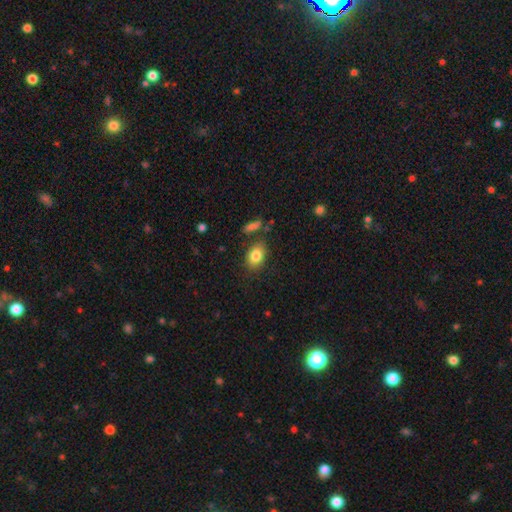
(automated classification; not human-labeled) This appears to be a smooth galaxy with no disk features (82%) that is in between round and cigar-shaped (80%). Merging: none (78%).